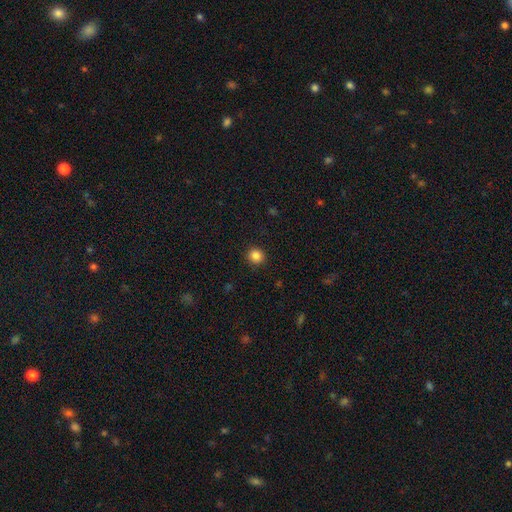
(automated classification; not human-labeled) This appears to be a smooth galaxy with no disk features (86%) that is round (89%). Merging: none (91%).